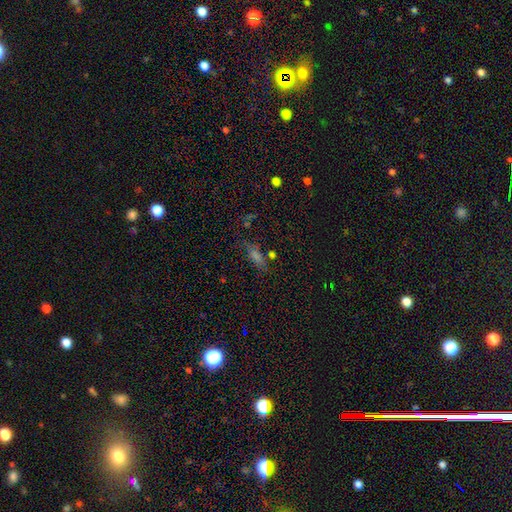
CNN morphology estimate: Overall: smooth (46%; star or artifact 32%). Merging: none (70%).